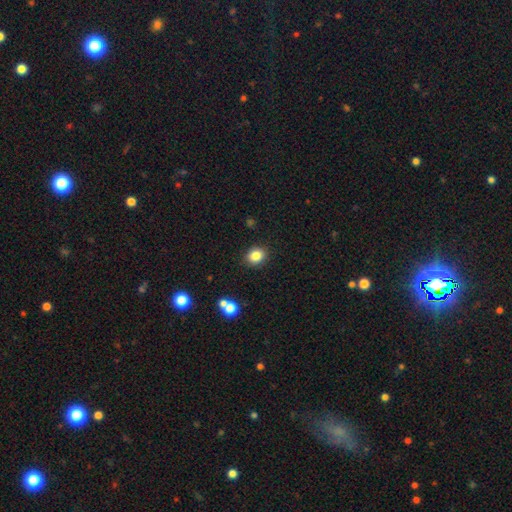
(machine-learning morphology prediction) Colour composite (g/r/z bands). It shows a smooth galaxy with no disk features (84%) that is round (57%). Merging: none (89%).